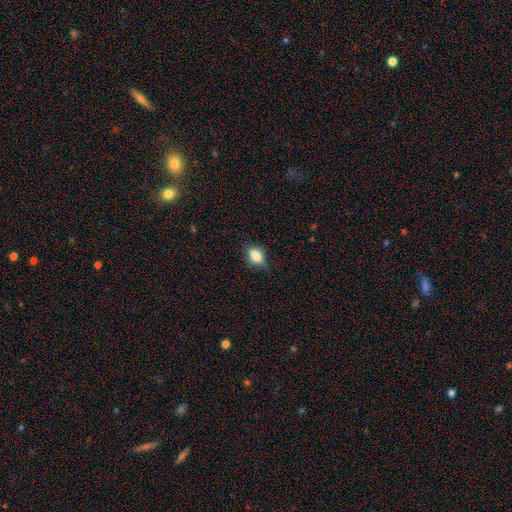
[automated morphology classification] type=smooth (82%); roundness=in between (79%); merging=none (72%).